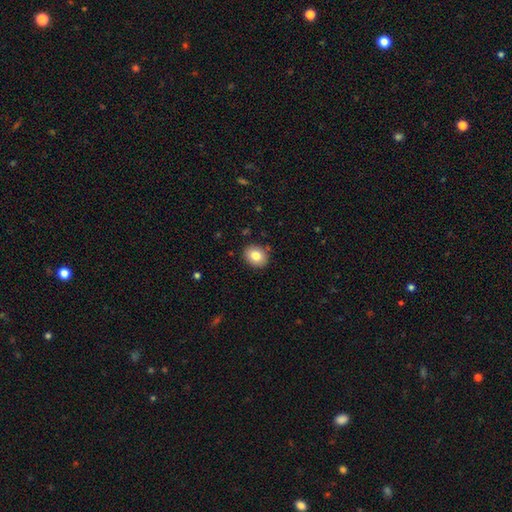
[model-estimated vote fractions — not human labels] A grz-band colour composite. It shows a smooth galaxy with no disk features (81%) that is round (56%). Merging: none (88%).